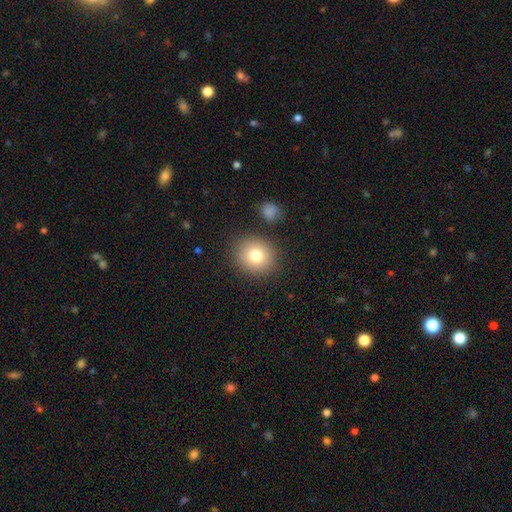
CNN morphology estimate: Smooth or featured: smooth — 78% (star or artifact — 11%)
How rounded: round — 84% (in between — 15%)
Merging: none — 86% (minor disturbance — 8%)